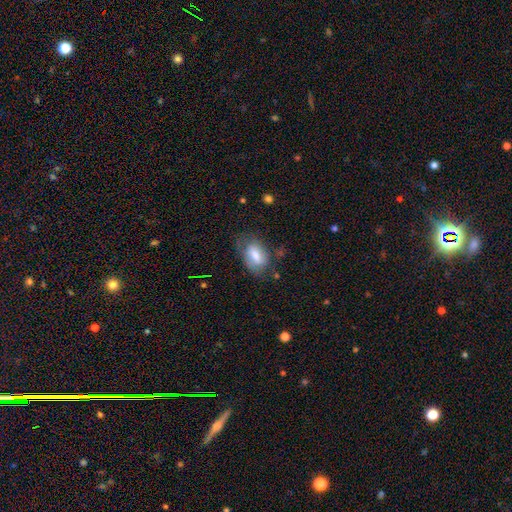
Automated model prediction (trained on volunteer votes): smooth_or_featured: smooth (p=0.62) [alt: featured or disk p=0.31]
how_rounded: in between (p=0.89) [alt: round p=0.07]
merging: none (p=0.58) [alt: minor disturbance p=0.27]